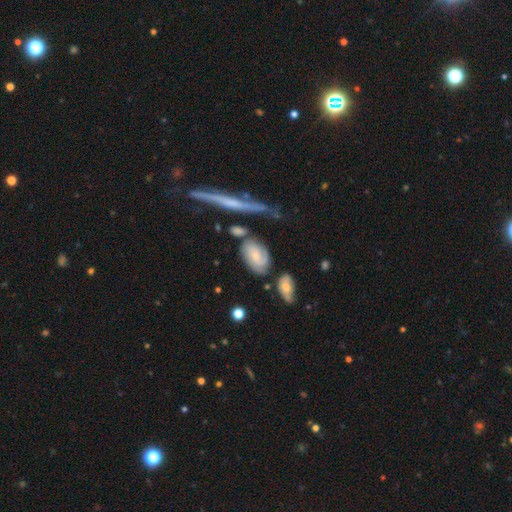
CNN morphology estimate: featured or disk 54%, smooth 39%, star or artifact 8%. Down the decision tree: edge-on disk — no (90%); merging — none (57%).